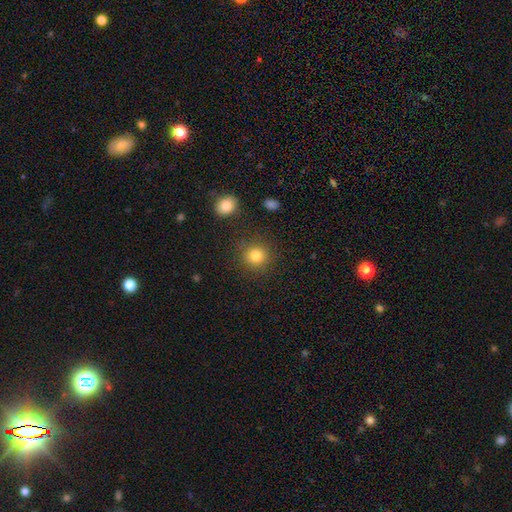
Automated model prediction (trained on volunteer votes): Smooth or featured? Predicted: smooth (p=0.83). How rounded? Predicted: round (p=0.90). Merging? Predicted: none (p=0.86).